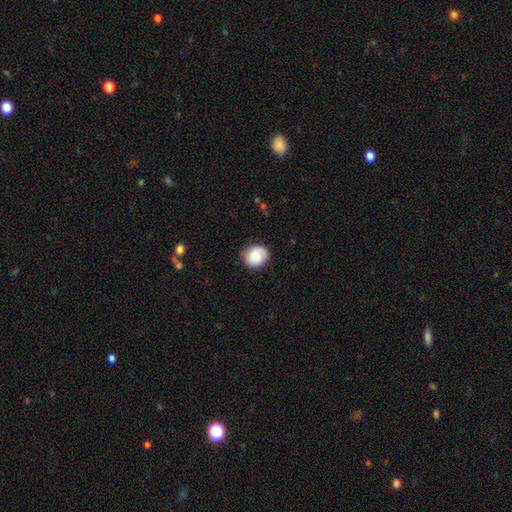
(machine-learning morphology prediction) smooth 80%, featured or disk 13%, star or artifact 8%. Down the decision tree: how rounded — round (74%); merging — none (79%).